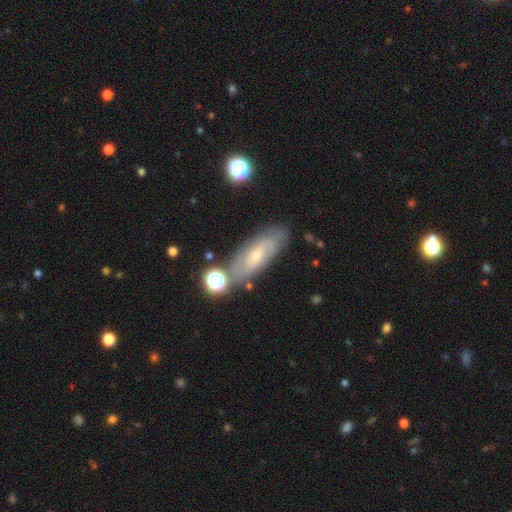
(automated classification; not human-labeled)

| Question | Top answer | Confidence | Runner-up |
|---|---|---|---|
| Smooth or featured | featured or disk | 62% | smooth (30%) |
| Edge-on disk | no | 83% | yes (17%) |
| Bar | no | 53% | weak (37%) |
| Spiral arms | yes | 82% | no (18%) |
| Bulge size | small | 65% | moderate (30%) |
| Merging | none | 71% | minor disturbance (17%) |